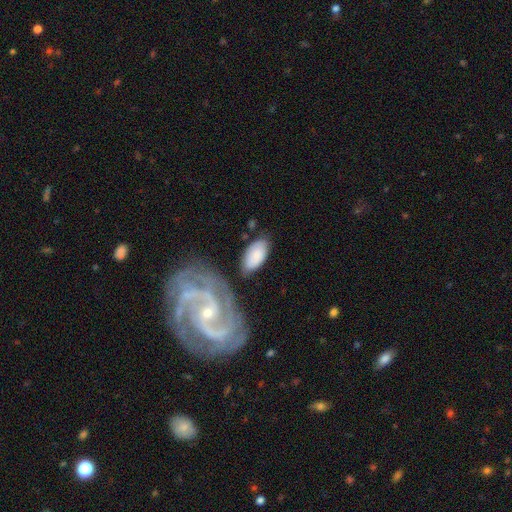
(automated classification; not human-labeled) smooth 76%, featured or disk 18%, star or artifact 6%. Down the decision tree: how rounded — in between (94%); merging — none (67%).